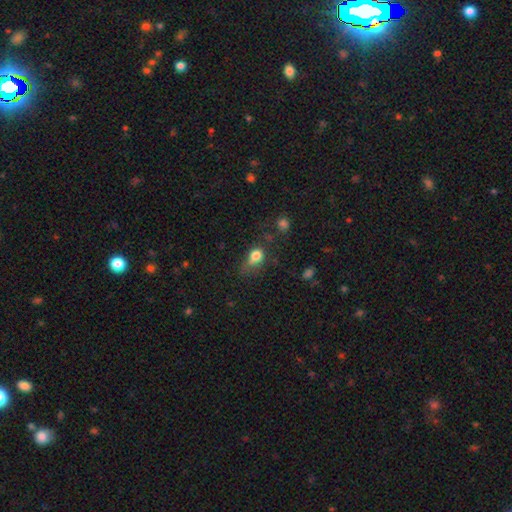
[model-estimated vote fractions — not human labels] This is likely a smooth galaxy (76%). How rounded: possibly in between (54%). Merging: marginally none (33%).